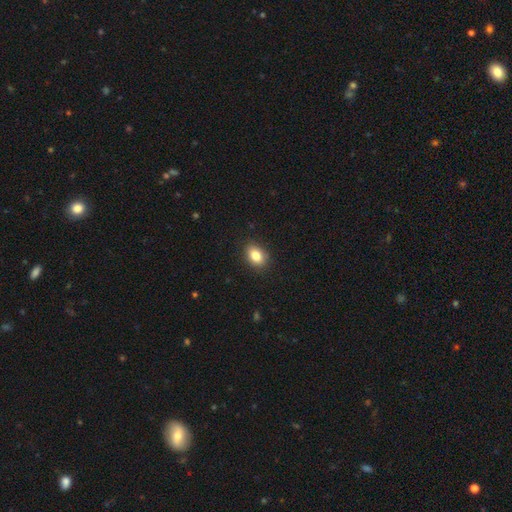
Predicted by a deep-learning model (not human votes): smooth 83%, star or artifact 9%, featured or disk 8%. Down the decision tree: how rounded — in between (74%); merging — none (88%).